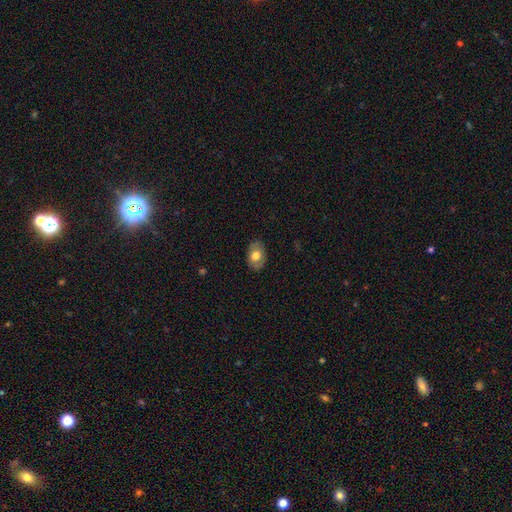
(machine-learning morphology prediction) This appears to be a smooth galaxy with no disk features (70%) that is in between round and cigar-shaped (81%). Merging: none (83%).